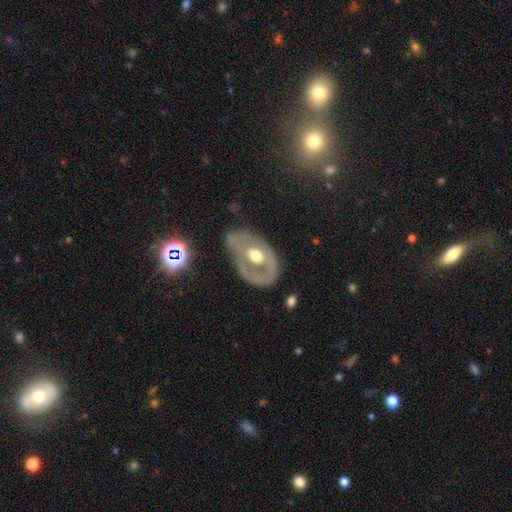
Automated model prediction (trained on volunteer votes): This appears to be a featured or disk galaxy (65%) with no bar (84%), no spiral arms (79%) and a moderate central bulge (71%). Merging: none (63%).